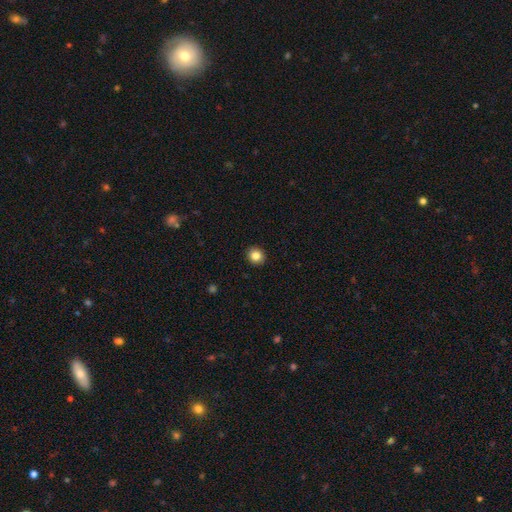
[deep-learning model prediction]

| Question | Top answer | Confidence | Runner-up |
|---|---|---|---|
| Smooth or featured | smooth | 84% | star or artifact (10%) |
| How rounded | round | 85% | in between (14%) |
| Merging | none | 93% | minor disturbance (5%) |